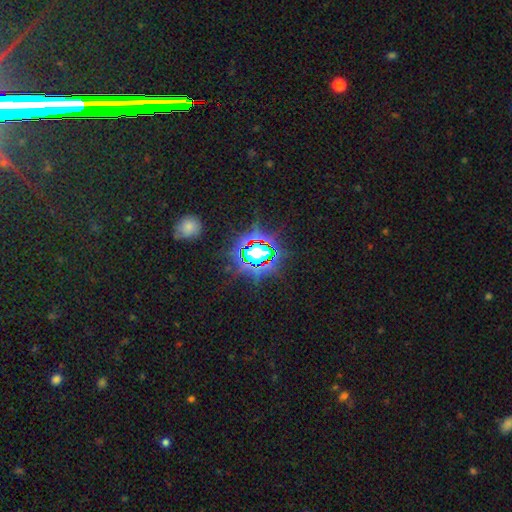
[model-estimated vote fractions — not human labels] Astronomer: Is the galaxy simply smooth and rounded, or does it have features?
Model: star or artifact — 82%.